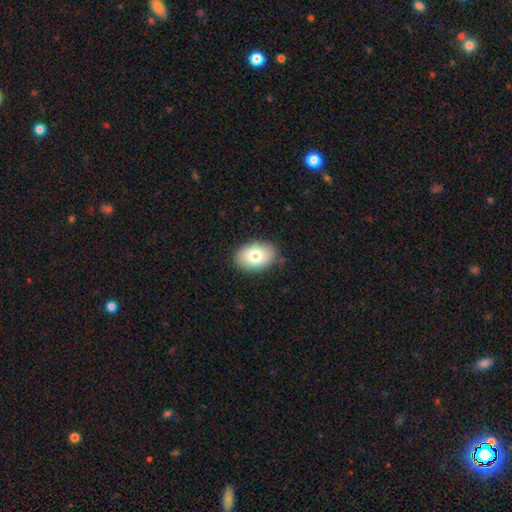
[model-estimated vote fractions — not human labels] Smooth or featured: smooth — 79% (featured or disk — 13%)
How rounded: in between — 85% (round — 14%)
Merging: none — 88% (minor disturbance — 9%)